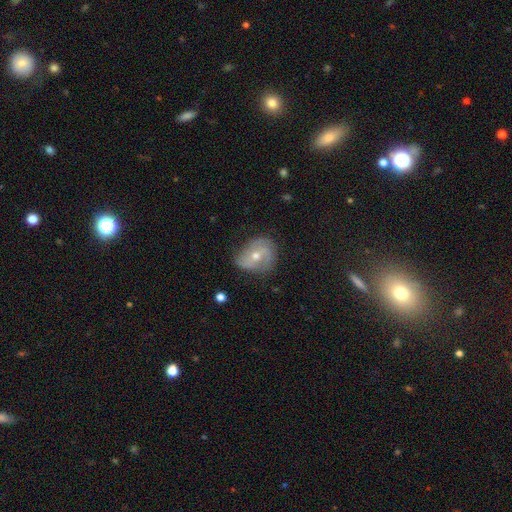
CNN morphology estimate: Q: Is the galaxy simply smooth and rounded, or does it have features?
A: featured or disk — 66%.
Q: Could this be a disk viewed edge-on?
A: no — 96%.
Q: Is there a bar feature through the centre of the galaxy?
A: no — 55%.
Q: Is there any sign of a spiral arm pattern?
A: yes — 83%.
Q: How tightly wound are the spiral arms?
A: medium — 39%.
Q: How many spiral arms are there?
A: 2 — 48%.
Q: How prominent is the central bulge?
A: moderate — 58%.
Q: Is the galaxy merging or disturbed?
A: none — 61%.